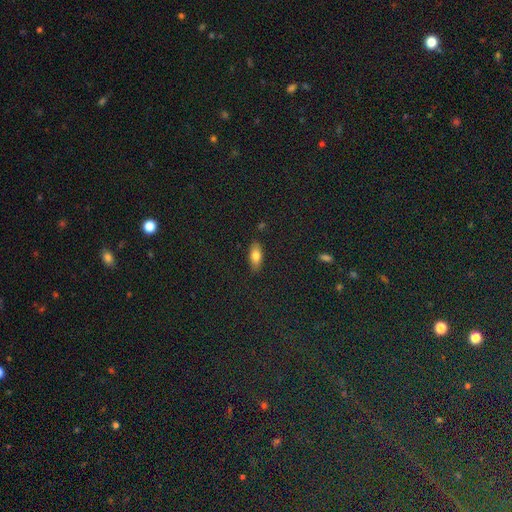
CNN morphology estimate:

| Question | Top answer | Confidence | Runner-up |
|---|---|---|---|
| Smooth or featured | smooth | 78% | featured or disk (14%) |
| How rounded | in between | 83% | cigar-shaped (13%) |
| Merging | none | 86% | minor disturbance (10%) |